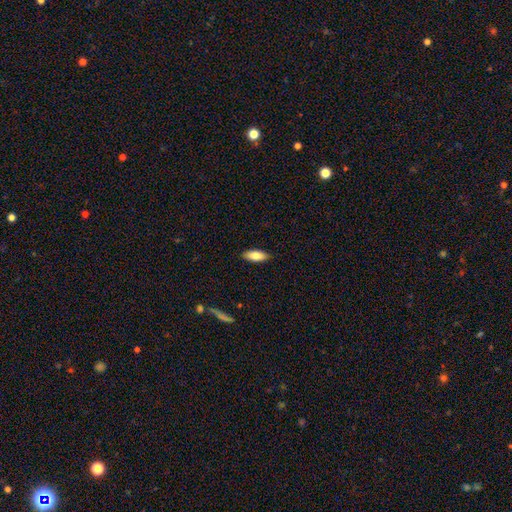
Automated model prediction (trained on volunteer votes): smooth 81%, featured or disk 13%, star or artifact 6%. Down the decision tree: how rounded — in between (76%); merging — none (89%).